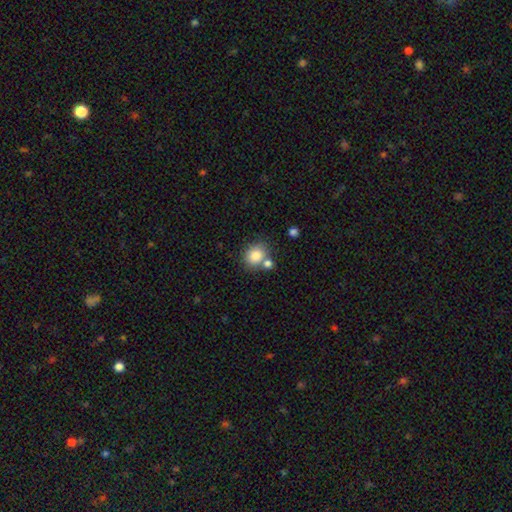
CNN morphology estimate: Overall: smooth (84%). How rounded: round (70%). Merging: none (63%).